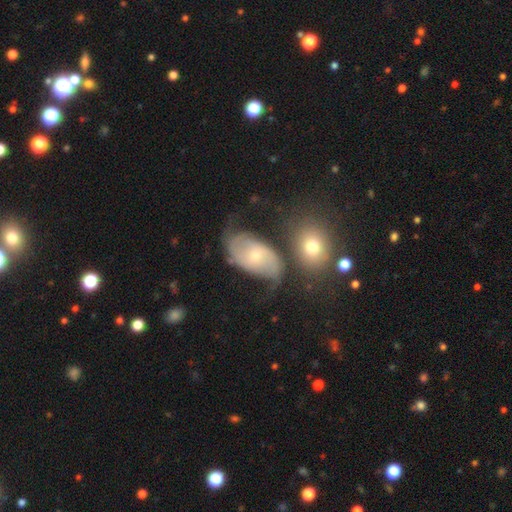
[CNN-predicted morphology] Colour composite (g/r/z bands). It shows a featured or disk galaxy (71%) with no bar (63%), 2 (80%) loose (41%) spiral arms (87%) and a small central bulge (63%). Merging: none (48%).